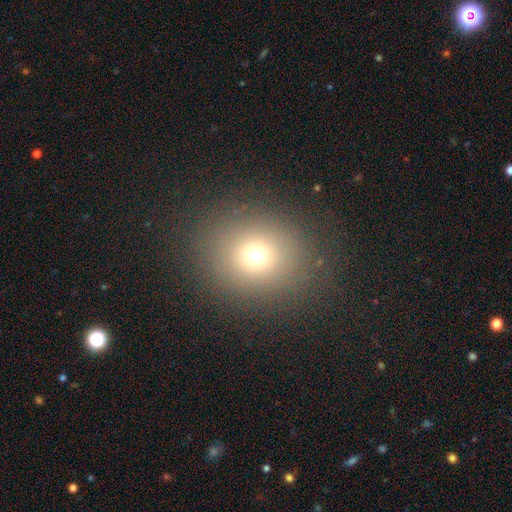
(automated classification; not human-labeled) The model was most divided on "how rounded": round: 73%, in between: 26%, cigar-shaped: 1%. More confident: merging — none (85%); smooth or featured — smooth (70%).